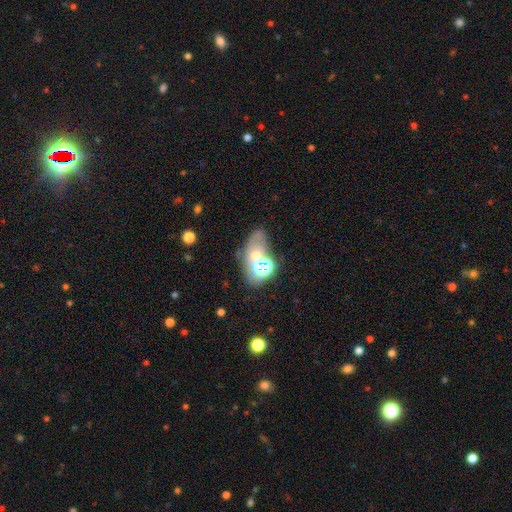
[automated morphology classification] Smooth or featured? Predicted: smooth (p=0.40). Merging? Predicted: none (p=0.44).